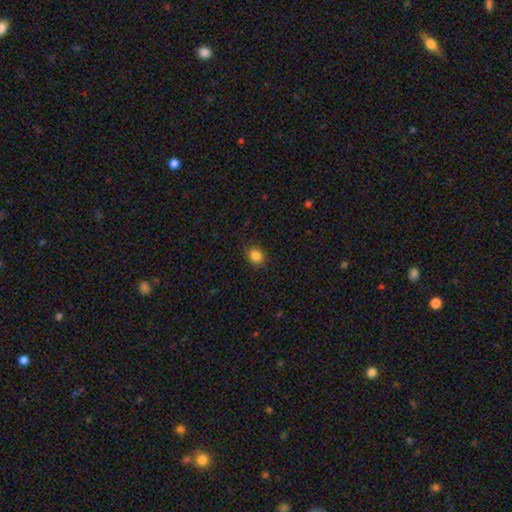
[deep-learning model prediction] Smooth or featured: smooth — 85% (star or artifact — 11%)
How rounded: round — 66% (in between — 33%)
Merging: none — 88% (minor disturbance — 9%)